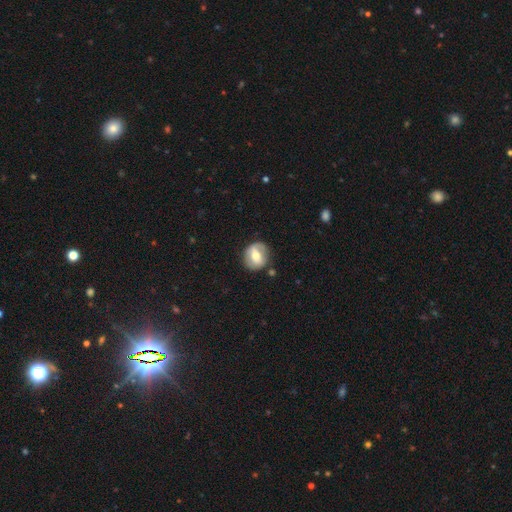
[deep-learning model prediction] This is possibly a featured or disk galaxy (50%). Merging: likely none (73%).